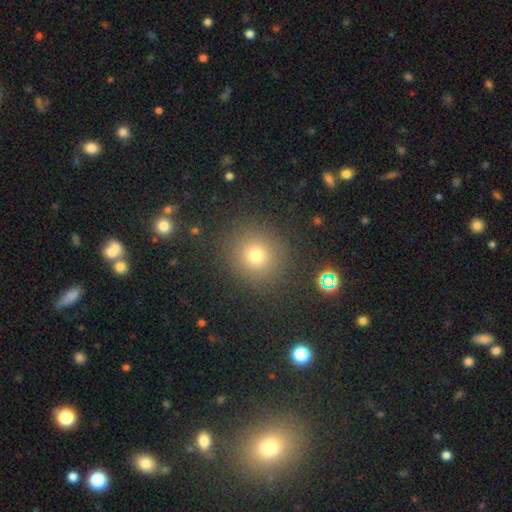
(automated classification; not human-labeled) smooth_or_featured: smooth (p=0.72) [alt: star or artifact p=0.20]
how_rounded: round (p=0.89) [alt: in between p=0.10]
merging: none (p=0.88) [alt: minor disturbance p=0.07]